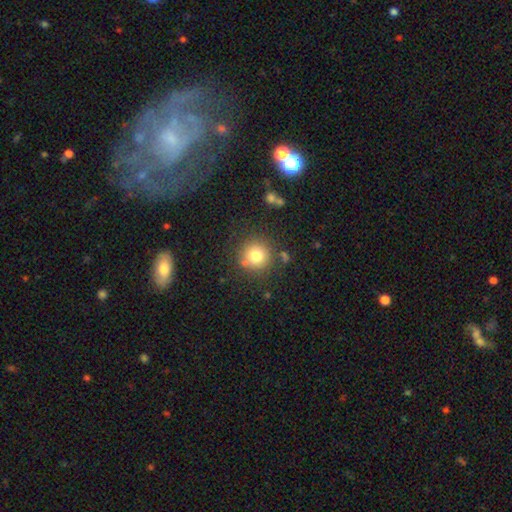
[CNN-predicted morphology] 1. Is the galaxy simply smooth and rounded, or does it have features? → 78% smooth, 13% star or artifact, 9% featured or disk.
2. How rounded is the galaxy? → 94% round, 6% in between, 1% cigar-shaped.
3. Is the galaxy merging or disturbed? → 82% none, 9% minor disturbance, 5% merger, 4% major disturbance.